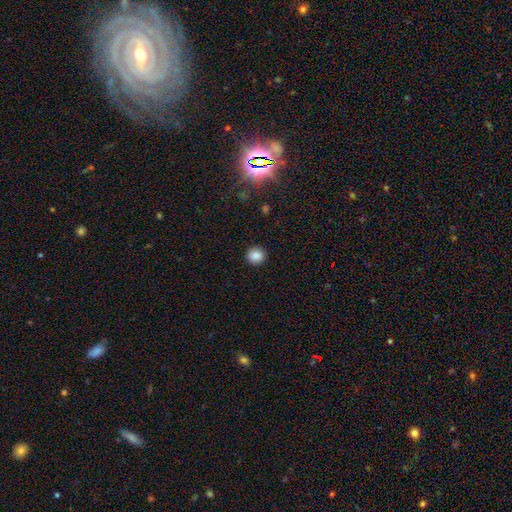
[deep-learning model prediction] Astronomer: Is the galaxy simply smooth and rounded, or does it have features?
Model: smooth — 86%.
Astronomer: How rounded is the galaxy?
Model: round — 89%.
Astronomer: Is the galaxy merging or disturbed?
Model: none — 92%.